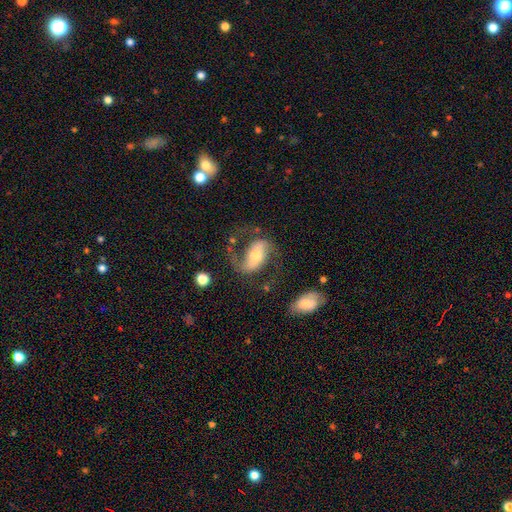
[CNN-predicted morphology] A featured or disk galaxy (73%) with a strong bar (41%), 2 (85%) loose (50%) spiral arms (89%) and a moderate central bulge (64%).

Vote fractions:
- Smooth or featured? featured or disk: 73% / smooth: 20% / star or artifact: 7%
- Edge-on disk? no: 95% / yes: 5%
- Bar? strong: 41% / weak: 34% / no: 26%
- Spiral arms? yes: 89% / no: 11%
- Spiral winding? loose: 50% / medium: 39% / tight: 11%
- Spiral arm count? 2: 85% / 1: 8% / can't tell: 4% / 3: 1% / 4: 1% / more than 4: 1%
- Bulge size? moderate: 64% / small: 24% / large: 9% / dominant: 2% / none: 1%
- Merging? none: 56% / major disturbance: 21% / minor disturbance: 18% / merger: 5%